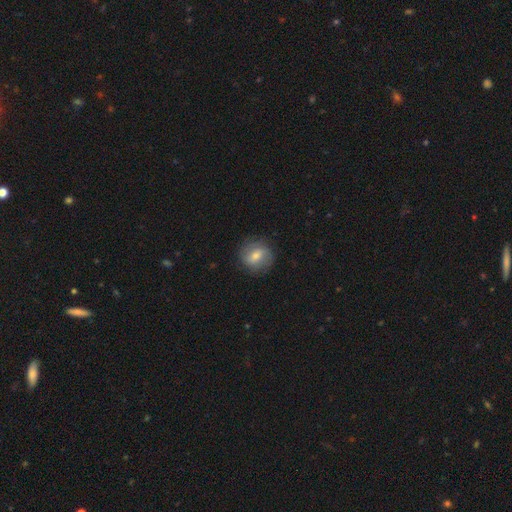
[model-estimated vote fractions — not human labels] Smooth or featured? Predicted: smooth (p=0.59). How rounded? Predicted: round (p=0.80). Merging? Predicted: none (p=0.81).